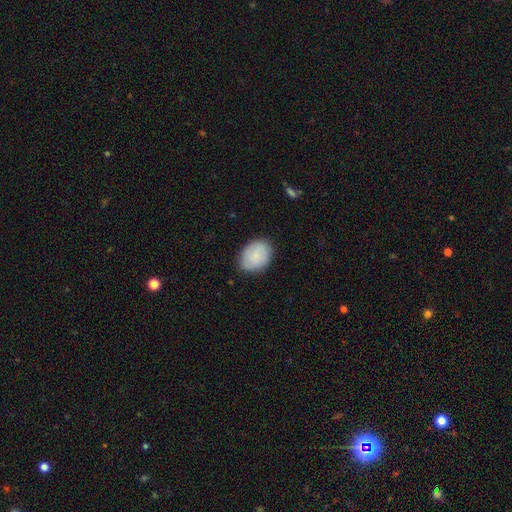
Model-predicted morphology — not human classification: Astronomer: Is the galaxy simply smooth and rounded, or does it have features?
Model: smooth — 78%.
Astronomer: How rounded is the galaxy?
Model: in between — 70%.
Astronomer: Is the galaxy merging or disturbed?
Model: none — 83%.